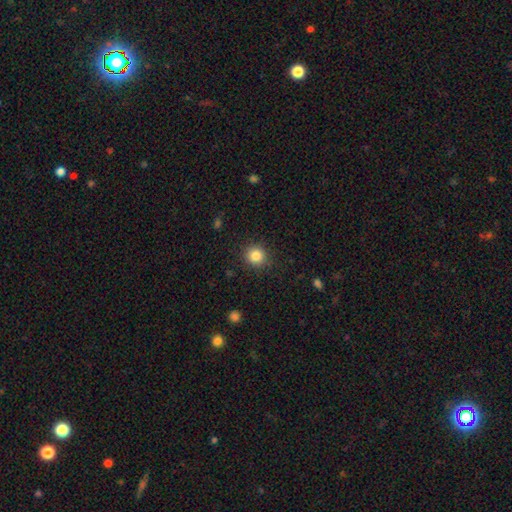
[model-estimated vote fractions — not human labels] A smooth galaxy with no disk features (84%) that is round (92%). Merging: none (89%).